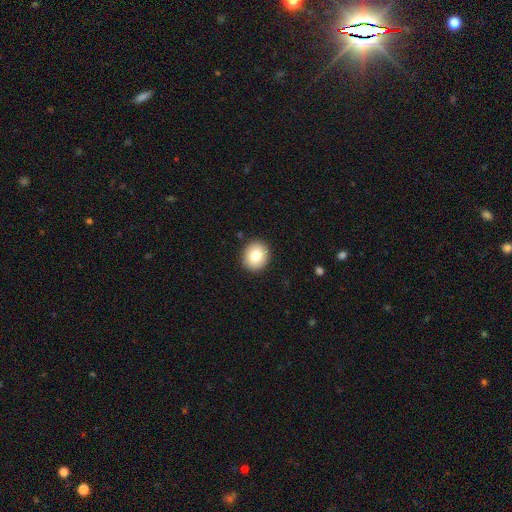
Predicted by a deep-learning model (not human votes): This is likely a smooth galaxy (80%). How rounded: clearly round (80%). Merging: clearly none (91%).